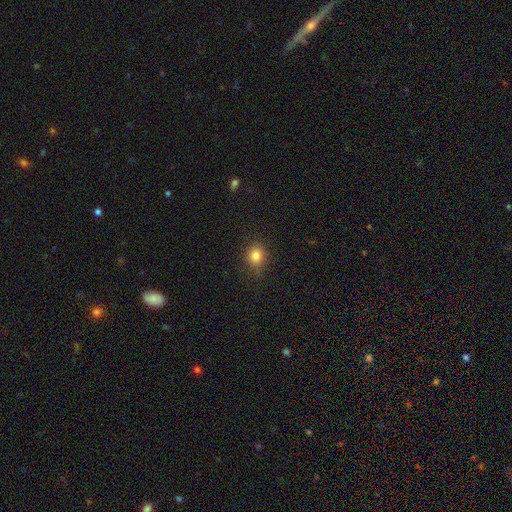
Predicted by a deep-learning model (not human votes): smooth 83%, star or artifact 12%, featured or disk 5%. Down the decision tree: how rounded — round (81%); merging — none (83%).